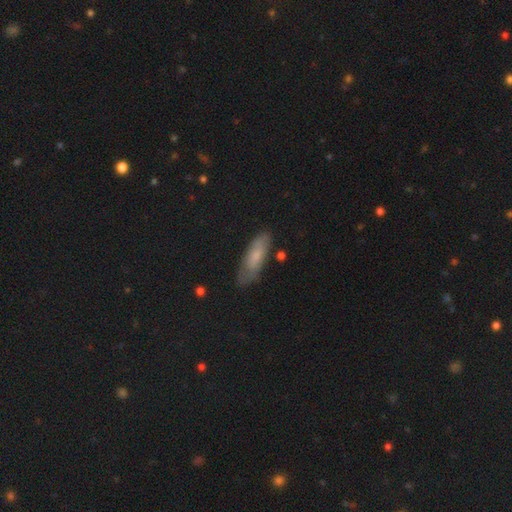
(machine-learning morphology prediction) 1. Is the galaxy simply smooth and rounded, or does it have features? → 69% smooth, 24% featured or disk, 7% star or artifact.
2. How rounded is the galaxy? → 53% in between, 45% cigar-shaped, 2% round.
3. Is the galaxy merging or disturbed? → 74% none, 19% minor disturbance, 5% major disturbance, 2% merger.